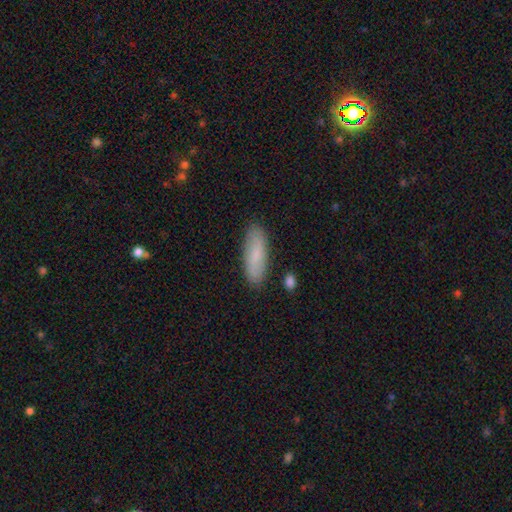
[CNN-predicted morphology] smooth 76%, featured or disk 17%, star or artifact 6%. Down the decision tree: how rounded — in between (53%); merging — none (86%).